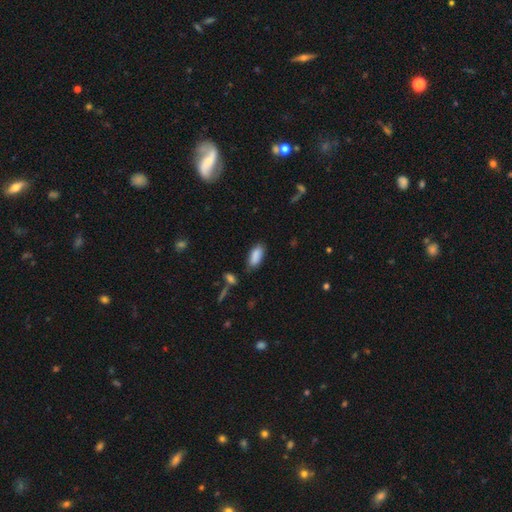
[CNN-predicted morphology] type=smooth (88%); roundness=in between (86%); merging=none (80%).